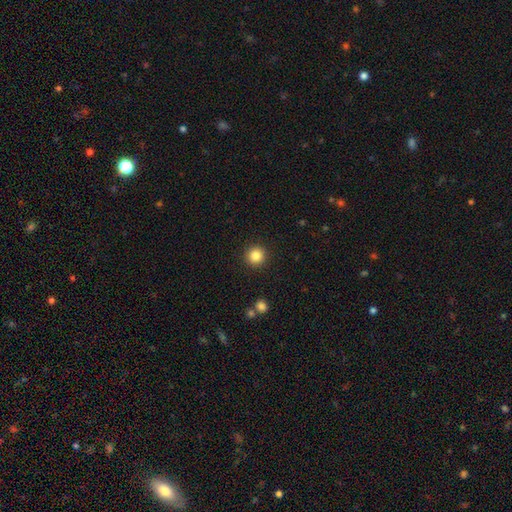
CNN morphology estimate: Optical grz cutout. It shows a smooth galaxy with no disk features (85%) that is round (95%). Merging: none (92%).